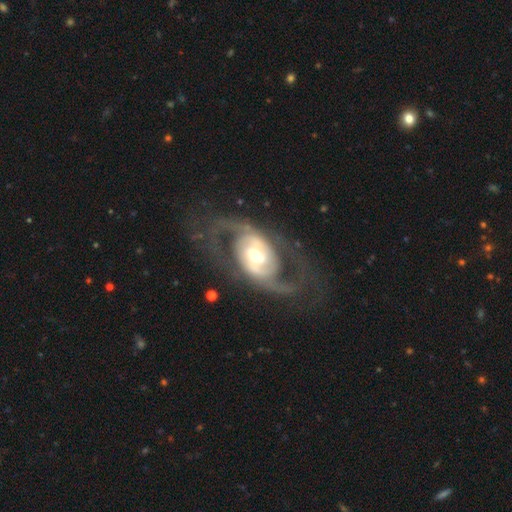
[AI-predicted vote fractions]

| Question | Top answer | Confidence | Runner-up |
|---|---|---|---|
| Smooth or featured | featured or disk | 85% | smooth (10%) |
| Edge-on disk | no | 95% | yes (5%) |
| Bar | no | 44% | weak (32%) |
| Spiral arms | yes | 85% | no (15%) |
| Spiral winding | medium | 45% | loose (38%) |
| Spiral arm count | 2 | 88% | can't tell (5%) |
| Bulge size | moderate | 63% | large (25%) |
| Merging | none | 68% | major disturbance (18%) |